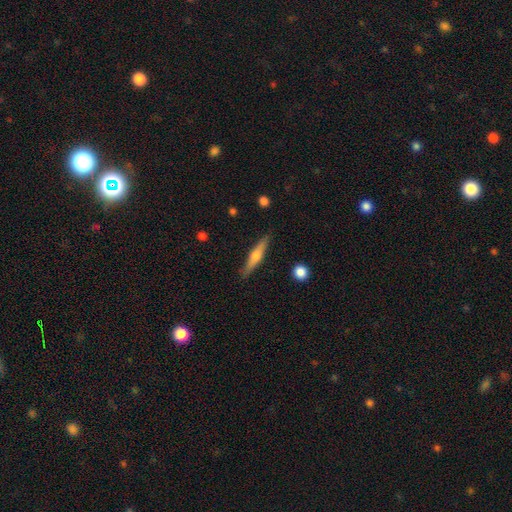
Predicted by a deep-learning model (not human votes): Smooth or featured? Predicted: featured or disk (p=0.57). Edge-on disk? Predicted: yes (p=0.96). Edge-on bulge? Predicted: rounded (p=0.89). Merging? Predicted: none (p=0.88).